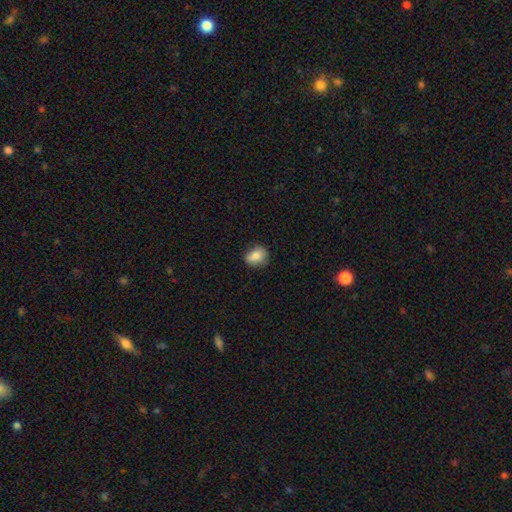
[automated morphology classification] The model was most divided on "how rounded": round: 53%, in between: 46%, cigar-shaped: 1%. More confident: smooth or featured — smooth (83%); merging — none (70%).